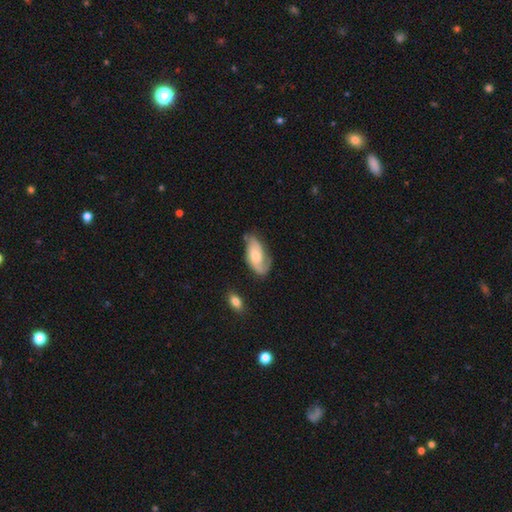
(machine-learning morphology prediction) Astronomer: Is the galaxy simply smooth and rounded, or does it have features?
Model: featured or disk — 61%.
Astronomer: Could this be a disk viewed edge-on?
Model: no — 94%.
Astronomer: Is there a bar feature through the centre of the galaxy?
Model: no — 62%.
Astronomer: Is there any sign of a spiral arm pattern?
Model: yes — 89%.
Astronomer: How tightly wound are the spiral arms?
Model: medium — 41% (runner-up: tight, 31%).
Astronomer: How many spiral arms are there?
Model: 2 — 59%.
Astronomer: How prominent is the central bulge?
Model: small — 44%, tied with moderate at 44%.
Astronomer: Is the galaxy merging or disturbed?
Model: none — 56%.